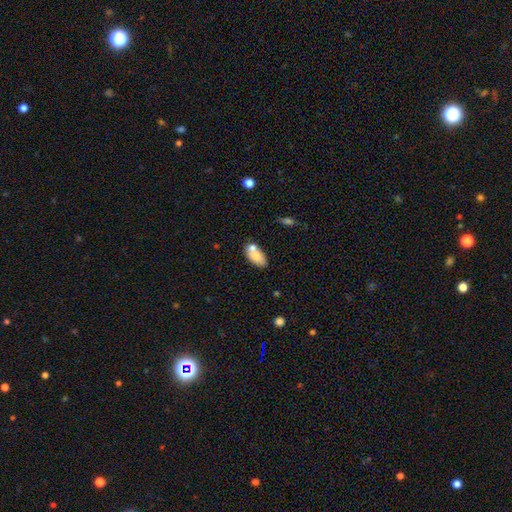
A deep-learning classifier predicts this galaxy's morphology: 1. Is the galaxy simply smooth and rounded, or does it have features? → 77% smooth, 15% featured or disk, 8% star or artifact.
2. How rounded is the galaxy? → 90% in between, 6% cigar-shaped, 4% round.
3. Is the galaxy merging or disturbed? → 51% none, 29% merger, 16% minor disturbance, 5% major disturbance.